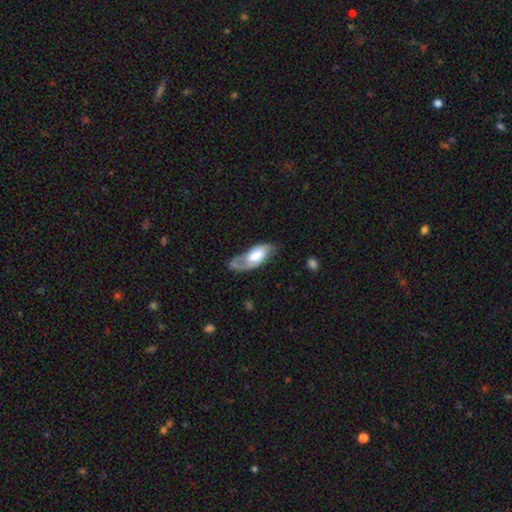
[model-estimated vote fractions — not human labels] featured or disk 57%, smooth 37%, star or artifact 5%. Down the decision tree: edge-on disk — no (85%); merging — none (54%).